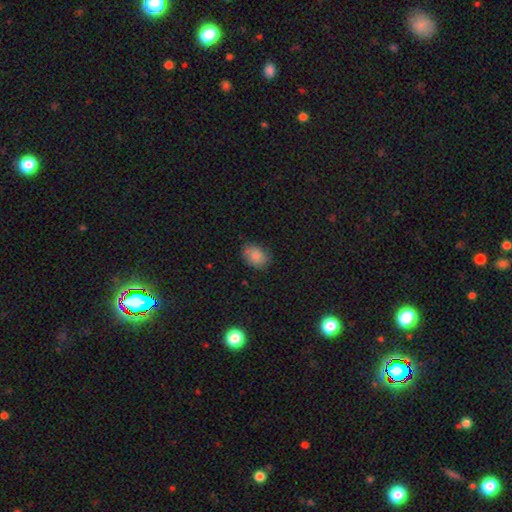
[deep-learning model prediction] Smooth or featured? Predicted: smooth (p=0.83). How rounded? Predicted: in between (p=0.68). Merging? Predicted: none (p=0.76).